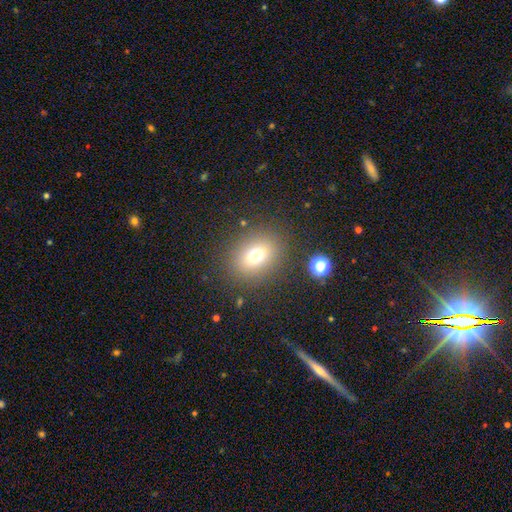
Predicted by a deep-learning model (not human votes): Overall: smooth (72%). How rounded: in between (50%; round 49%). Merging: none (84%).